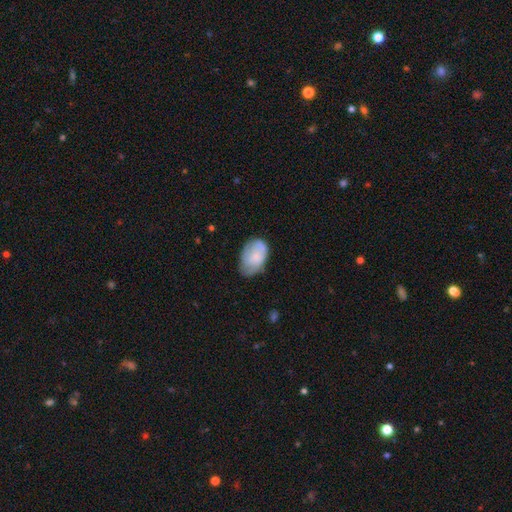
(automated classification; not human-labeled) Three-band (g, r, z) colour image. It shows a smooth galaxy with no disk features (66%) that is in between round and cigar-shaped (90%). Merging: none (55%).